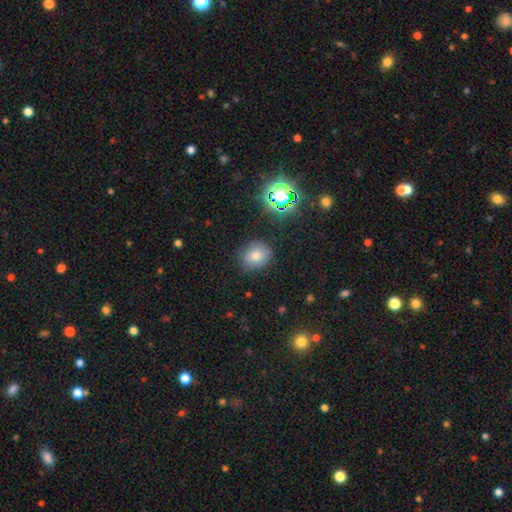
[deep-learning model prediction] Morphology: type=smooth (72%); roundness=round (74%); merging=none (84%).